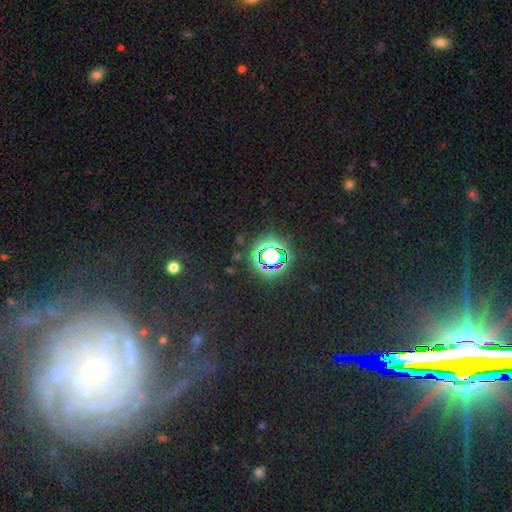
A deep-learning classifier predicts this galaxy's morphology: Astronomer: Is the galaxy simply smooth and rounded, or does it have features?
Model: star or artifact — 56%.